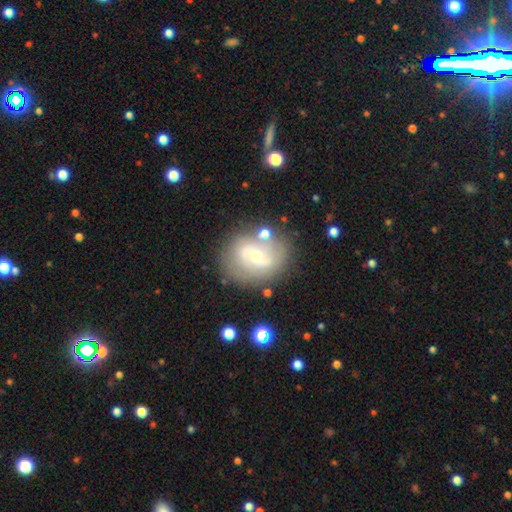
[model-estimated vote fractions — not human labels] Smooth or featured? Predicted: featured or disk (p=0.64). Edge-on disk? Predicted: no (p=0.96). Bar? Predicted: weak (p=0.42). Spiral arms? Predicted: yes (p=0.66). Bulge size? Predicted: moderate (p=0.51). Merging? Predicted: none (p=0.73).